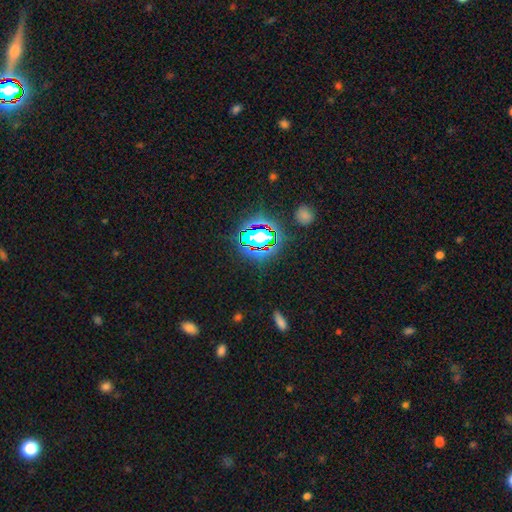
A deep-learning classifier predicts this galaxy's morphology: smooth-or-featured: star or artifact: 79% | smooth: 13% | featured or disk: 8%